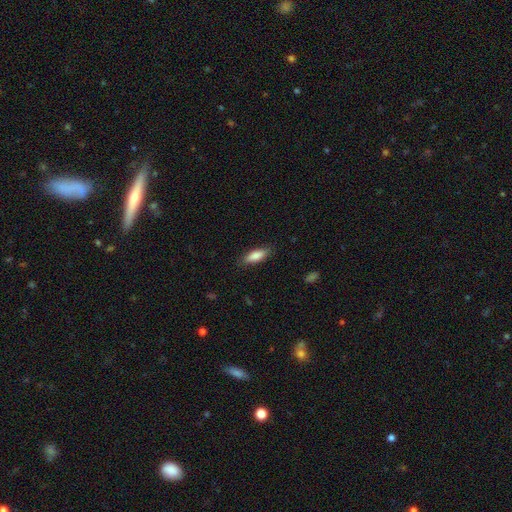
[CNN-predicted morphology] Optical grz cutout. It shows a smooth galaxy with no disk features (83%) that is in between round and cigar-shaped (60%). Merging: none (84%).